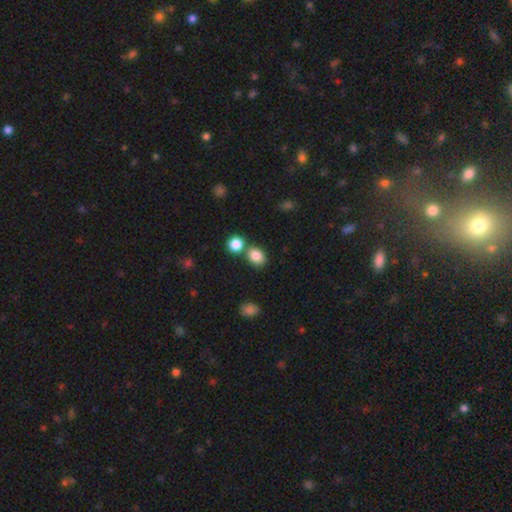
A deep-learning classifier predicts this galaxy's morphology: This appears to be a smooth galaxy with no disk features (84%) that is in between round and cigar-shaped (55%). Merging: none (64%).